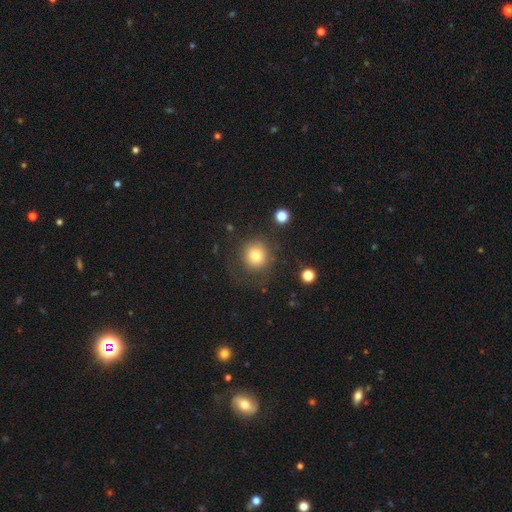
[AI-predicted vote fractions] Q: Smooth or featured?
A: smooth (77%); runner-up: featured or disk (12%)
Q: How rounded?
A: round (90%); runner-up: in between (9%)
Q: Merging?
A: none (70%); runner-up: minor disturbance (15%)